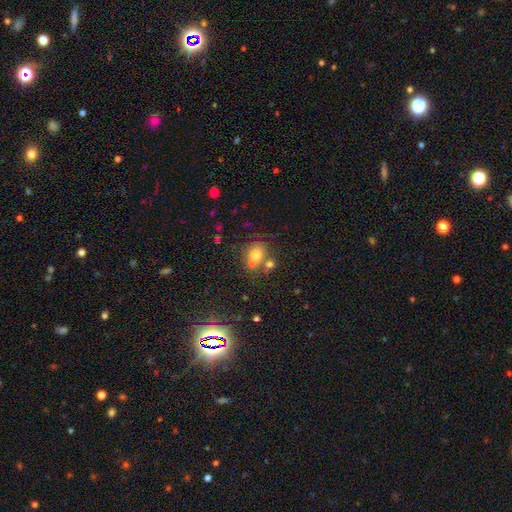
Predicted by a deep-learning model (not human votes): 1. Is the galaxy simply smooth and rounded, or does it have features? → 69% smooth, 16% star or artifact, 15% featured or disk.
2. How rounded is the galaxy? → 57% round, 42% in between, 1% cigar-shaped.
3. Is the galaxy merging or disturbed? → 54% none, 28% merger, 13% minor disturbance, 5% major disturbance.